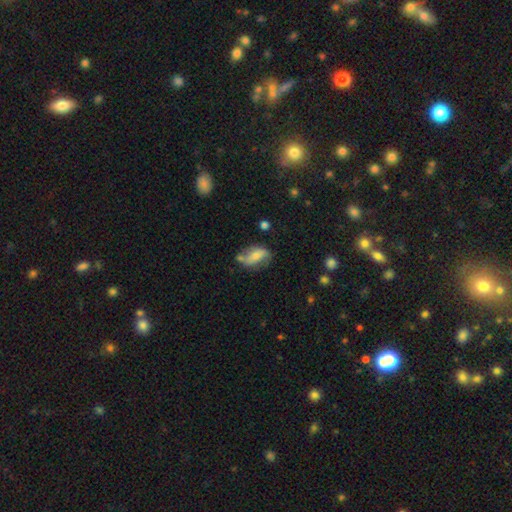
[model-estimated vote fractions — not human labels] smooth_or_featured: smooth (p=0.51) [alt: featured or disk p=0.41]
how_rounded: in between (p=0.83) [alt: cigar-shaped p=0.09]
merging: none (p=0.54) [alt: minor disturbance p=0.26]